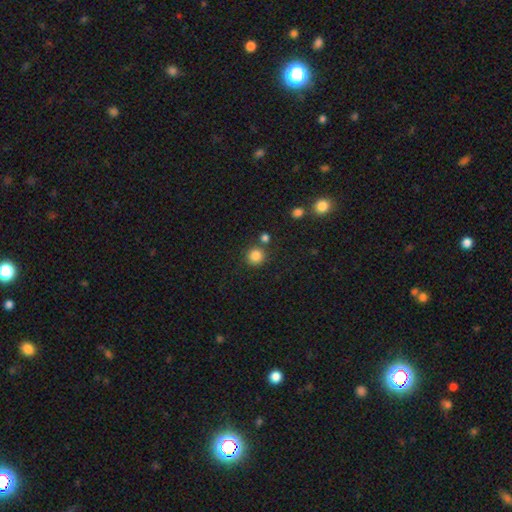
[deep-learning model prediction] This appears to be a smooth galaxy with no disk features (84%) that is round (92%). Merging: none (80%).